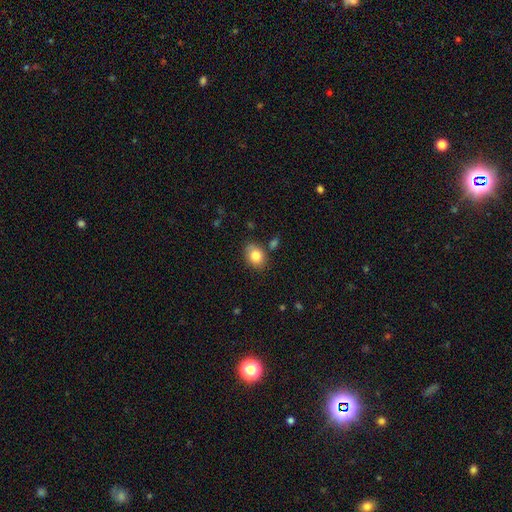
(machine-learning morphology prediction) Overall: smooth (82%). How rounded: in between (64%; round 35%). Merging: none (76%).